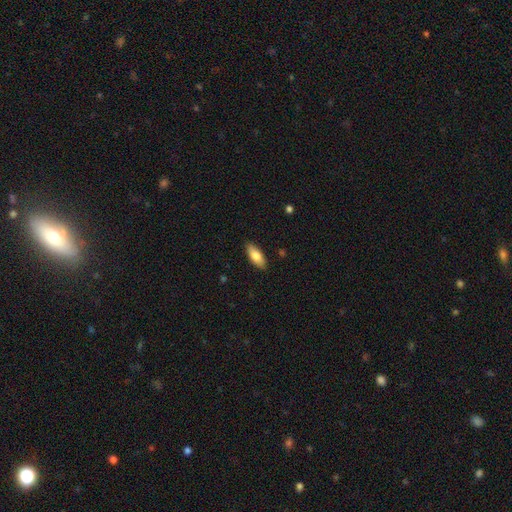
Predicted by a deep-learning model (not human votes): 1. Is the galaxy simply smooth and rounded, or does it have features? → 80% smooth, 14% featured or disk, 6% star or artifact.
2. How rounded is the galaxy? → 79% in between, 19% cigar-shaped, 2% round.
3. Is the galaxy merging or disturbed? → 88% none, 9% minor disturbance, 2% major disturbance, 1% merger.